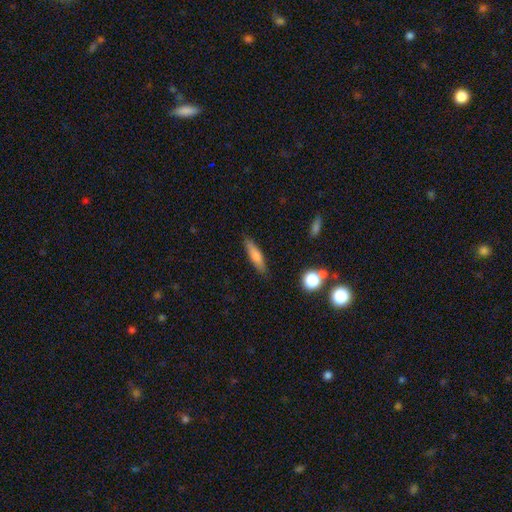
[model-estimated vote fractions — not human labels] This appears to be a smooth galaxy with no disk features (76%) that is cigar-shaped (72%). Merging: none (83%).